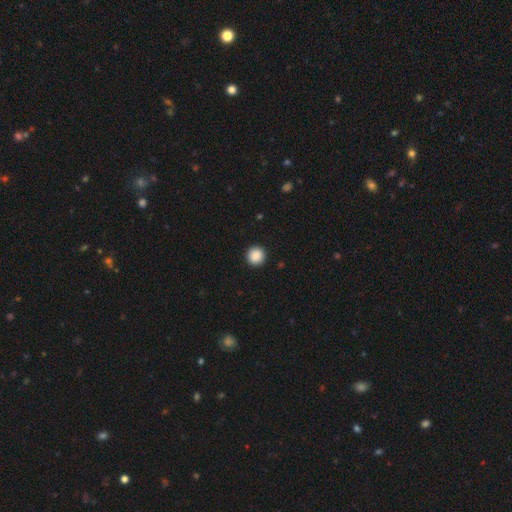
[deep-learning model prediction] Overall: smooth (89%). How rounded: round (96%). Merging: none (93%).